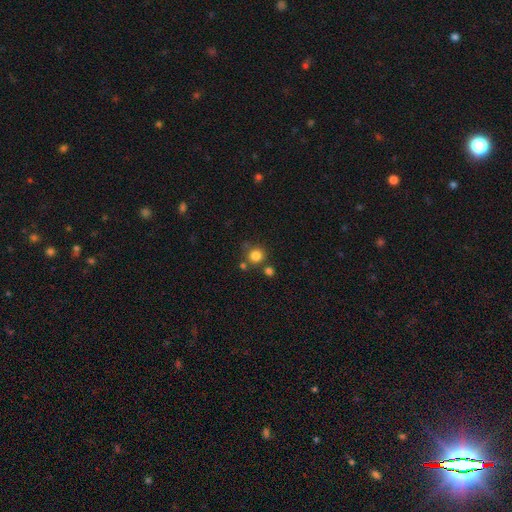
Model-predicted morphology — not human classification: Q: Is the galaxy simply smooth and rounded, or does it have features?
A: smooth — 82%.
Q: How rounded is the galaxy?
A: round — 93%.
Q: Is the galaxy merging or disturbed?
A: none — 72%.